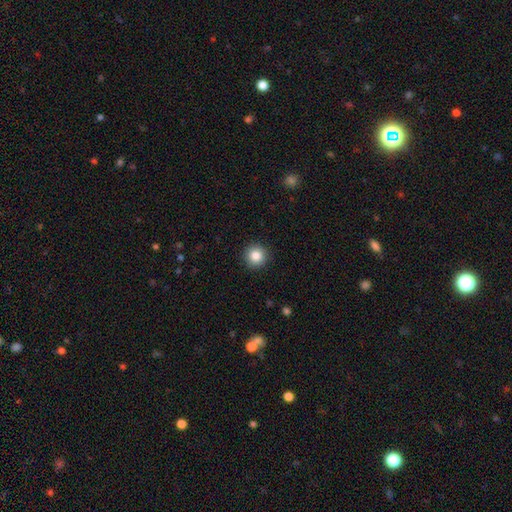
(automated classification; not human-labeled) Morphology: type=smooth (85%); roundness=round (95%); merging=none (92%).